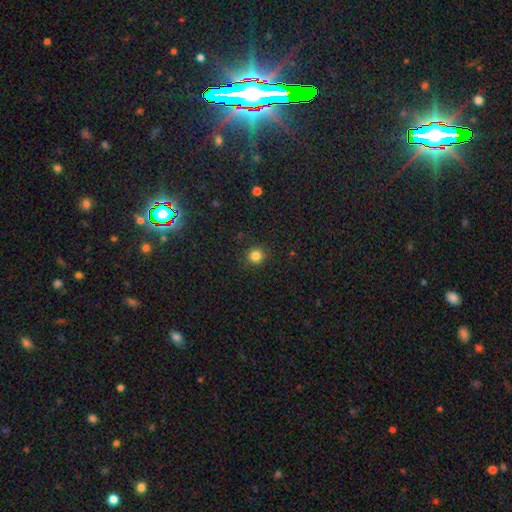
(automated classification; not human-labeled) Q: Smooth or featured?
A: smooth (83%); runner-up: star or artifact (12%)
Q: How rounded?
A: round (92%); runner-up: in between (7%)
Q: Merging?
A: none (91%); runner-up: minor disturbance (6%)